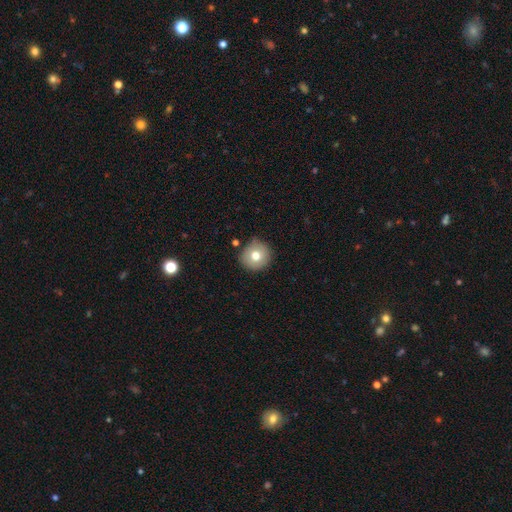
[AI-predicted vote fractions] This is likely a smooth galaxy (75%). How rounded: clearly round (93%). Merging: clearly none (81%).